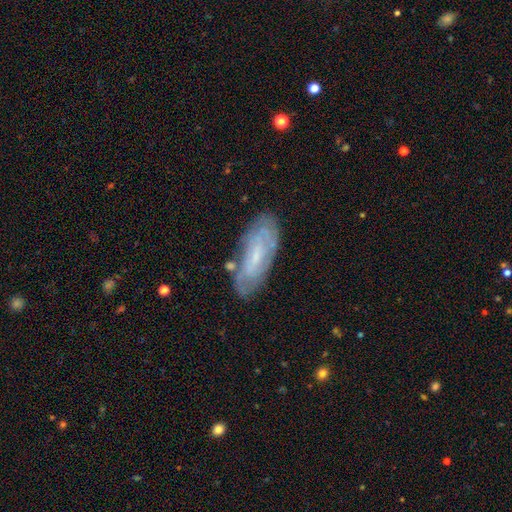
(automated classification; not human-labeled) A featured or disk galaxy (62%) with no bar (47%), spiral arms (76%) and a small central bulge (61%). Merging: none (77%).